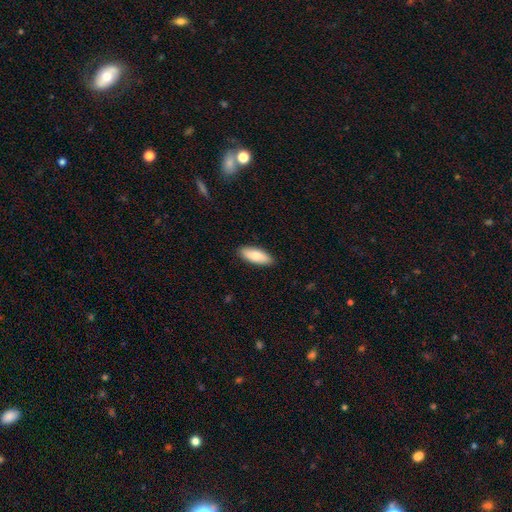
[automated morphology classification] Smooth or featured? Predicted: smooth (p=0.81). How rounded? Predicted: in between (p=0.74). Merging? Predicted: none (p=0.89).